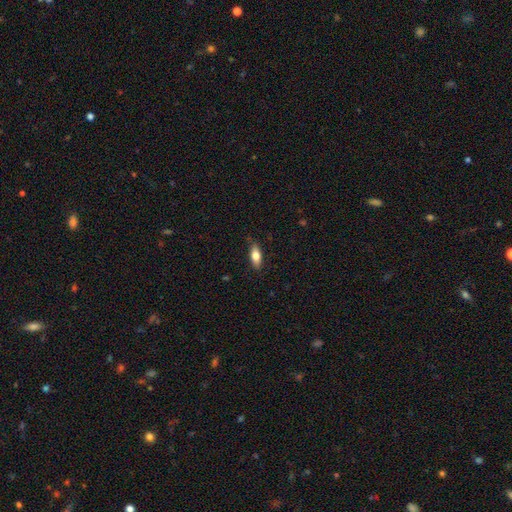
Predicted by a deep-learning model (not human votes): Smooth or featured: smooth — 72% (featured or disk — 21%)
How rounded: in between — 74% (cigar-shaped — 23%)
Merging: none — 80% (minor disturbance — 16%)